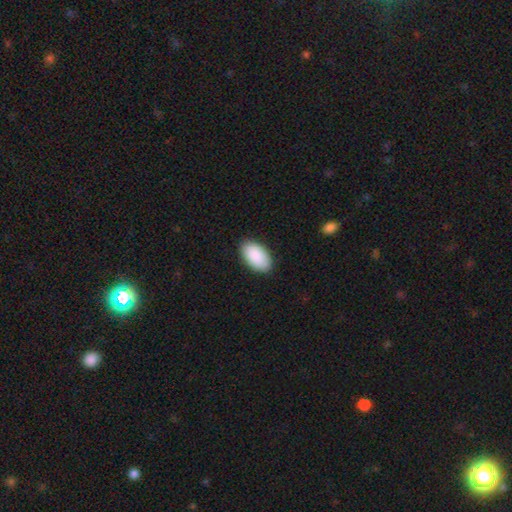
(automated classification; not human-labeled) Smooth or featured? smooth (91%)
How rounded? in between (96%)
Merging? none (88%)